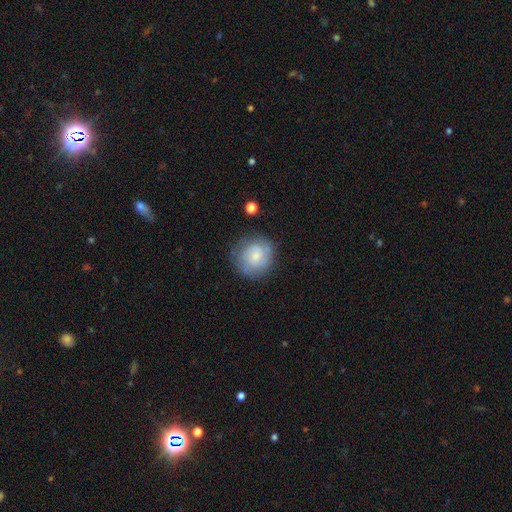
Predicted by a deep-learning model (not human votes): A smooth galaxy with no disk features (48%).

Vote fractions:
- Smooth or featured? smooth: 48% / featured or disk: 45% / star or artifact: 8%
- Merging? none: 77% / minor disturbance: 15% / major disturbance: 6% / merger: 2%